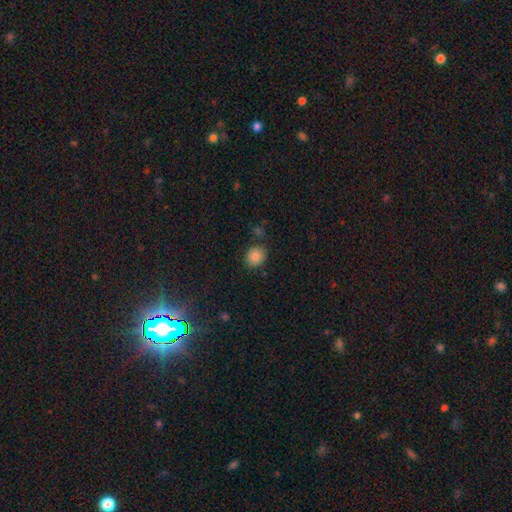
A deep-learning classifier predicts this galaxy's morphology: This appears to be a smooth galaxy with no disk features (86%) that is round (69%). Merging: none (82%).